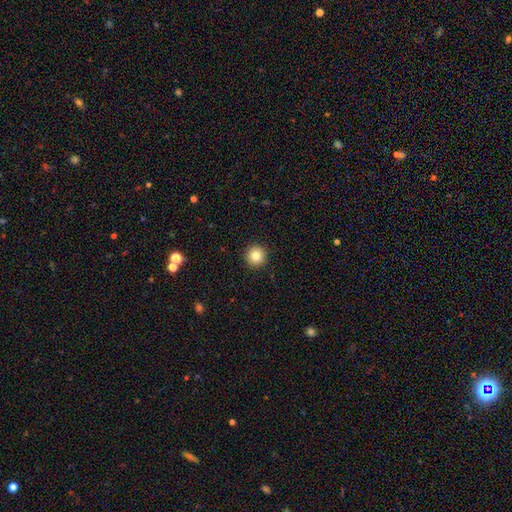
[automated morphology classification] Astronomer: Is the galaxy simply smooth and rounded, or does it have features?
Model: smooth — 83%.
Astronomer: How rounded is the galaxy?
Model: round — 95%.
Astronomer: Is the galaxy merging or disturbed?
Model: none — 92%.